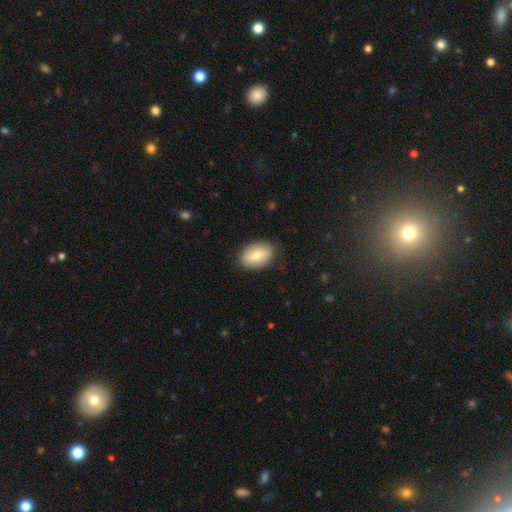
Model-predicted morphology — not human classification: type=smooth (76%); roundness=in between (84%); merging=none (85%).